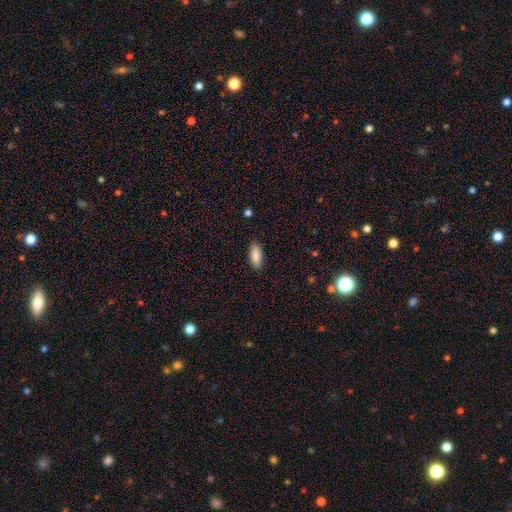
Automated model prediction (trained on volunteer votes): This is clearly a smooth galaxy (87%). How rounded: likely in between (79%). Merging: clearly none (87%).